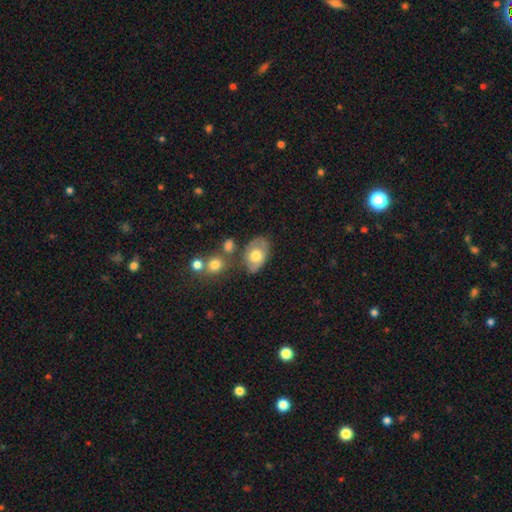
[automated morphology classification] The model was most divided on "smooth or featured": smooth: 55%, featured or disk: 38%, star or artifact: 7%. More confident: how rounded — in between (82%); merging — none (54%).